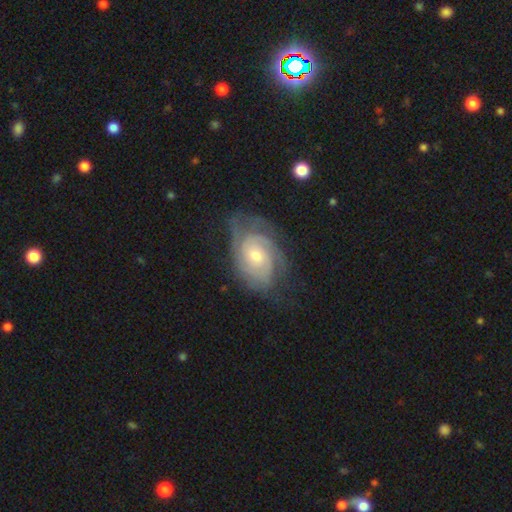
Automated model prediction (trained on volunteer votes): featured or disk 84%, smooth 11%, star or artifact 5%. Down the decision tree: edge-on disk — no (97%); bar — no (70%); spiral arms — yes (95%); spiral arm count — can't tell (33%); spiral winding — tight (67%); bulge size — moderate (50%); merging — none (64%).